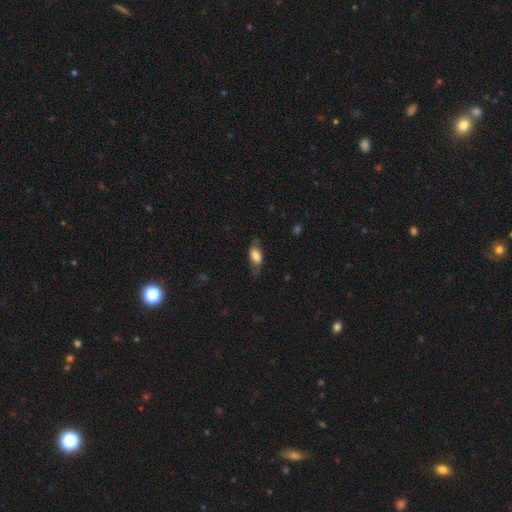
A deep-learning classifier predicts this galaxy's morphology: Q: Smooth or featured?
A: smooth (75%); runner-up: featured or disk (18%)
Q: How rounded?
A: in between (83%); runner-up: cigar-shaped (13%)
Q: Merging?
A: none (66%); runner-up: minor disturbance (24%)